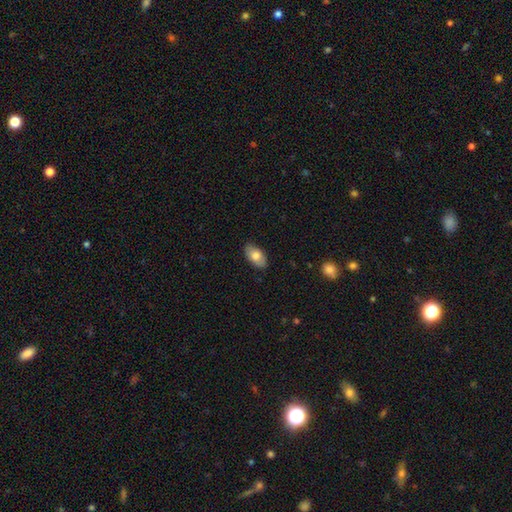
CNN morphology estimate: Q: Smooth or featured?
A: smooth (77%); runner-up: featured or disk (17%)
Q: How rounded?
A: in between (94%); runner-up: round (4%)
Q: Merging?
A: none (85%); runner-up: minor disturbance (12%)